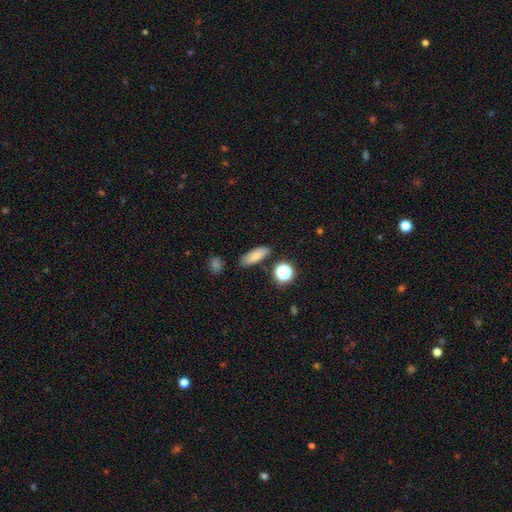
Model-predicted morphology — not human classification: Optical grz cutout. It shows a smooth galaxy with no disk features (78%) that is in between round and cigar-shaped (68%). Merging: none (82%).